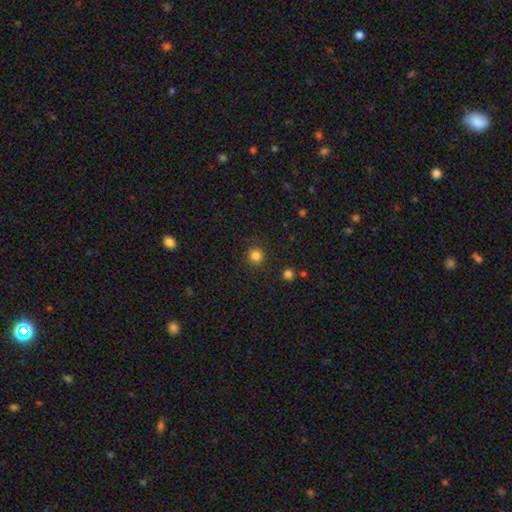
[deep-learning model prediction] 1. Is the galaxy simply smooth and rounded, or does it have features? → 83% smooth, 13% star or artifact, 4% featured or disk.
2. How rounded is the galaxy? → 94% round, 5% in between, 1% cigar-shaped.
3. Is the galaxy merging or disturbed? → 90% none, 6% minor disturbance, 3% major disturbance, 2% merger.